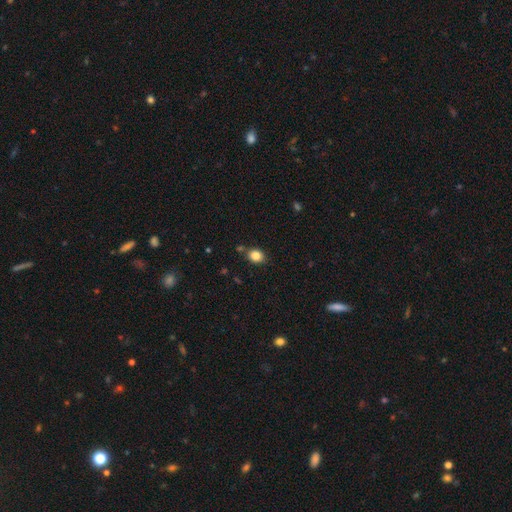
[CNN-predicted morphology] A smooth galaxy with no disk features (84%) that is round (53%). Merging: none (80%).